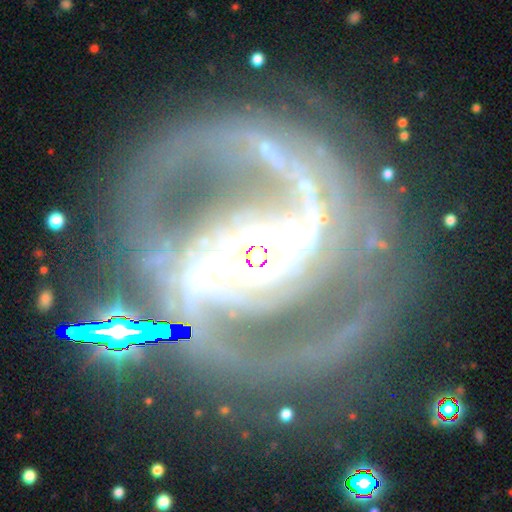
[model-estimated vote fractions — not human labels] Smooth or featured?
  - featured or disk: 91% *
  - star or artifact: 6%
  - smooth: 3%
Edge-on disk?
  - no: 98% *
  - yes: 2%
Bar?
  - strong: 56% *
  - weak: 25%
  - no: 19%
Spiral arms?
  - yes: 98% *
  - no: 2%
Spiral winding?
  - medium: 57% *
  - tight: 26%
  - loose: 17%
Spiral arm count?
  - 2: 84% *
  - 3: 6%
  - can't tell: 3%
  - 1: 2%
  - 4: 2%
  - more than 4: 2%
Bulge size?
  - small: 62% *
  - moderate: 18%
  - none: 11%
  - large: 7%
  - dominant: 3%
Merging?
  - none: 65% *
  - minor disturbance: 15%
  - major disturbance: 14%
  - merger: 5%